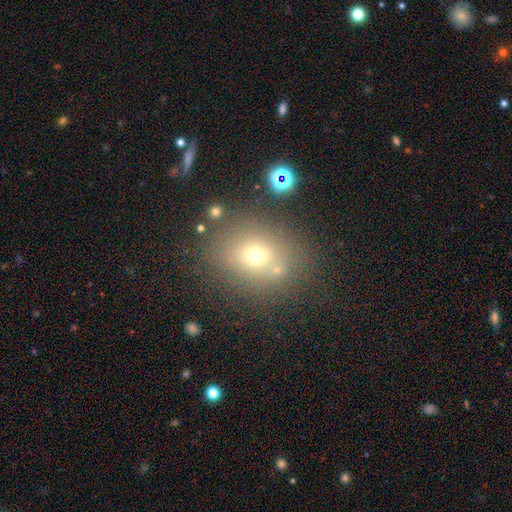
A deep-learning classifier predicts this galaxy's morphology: smooth 62%, star or artifact 21%, featured or disk 17%. Down the decision tree: how rounded — round (55%); merging — none (73%).